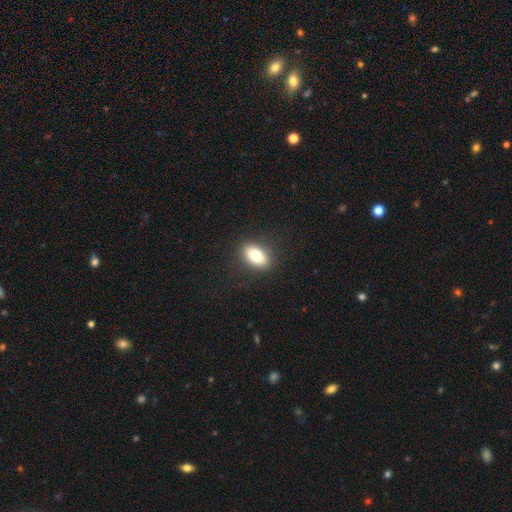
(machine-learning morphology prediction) Smooth or featured?
  - smooth: 76% *
  - featured or disk: 15%
  - star or artifact: 9%
How rounded?
  - in between: 86% *
  - round: 11%
  - cigar-shaped: 3%
Merging?
  - none: 88% *
  - minor disturbance: 8%
  - major disturbance: 3%
  - merger: 1%